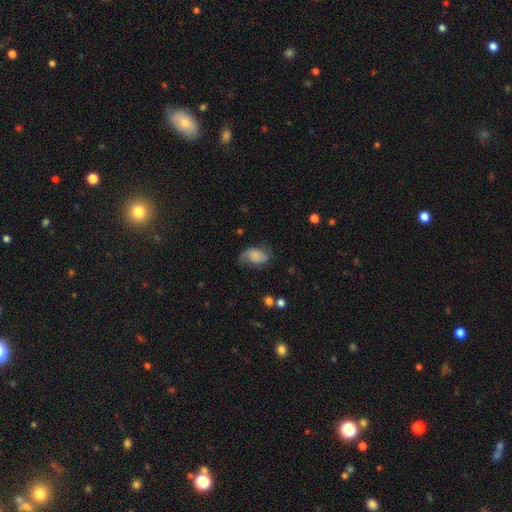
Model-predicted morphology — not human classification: This appears to be a smooth galaxy with no disk features (57%) that is in between round and cigar-shaped (87%). Merging: none (53%).